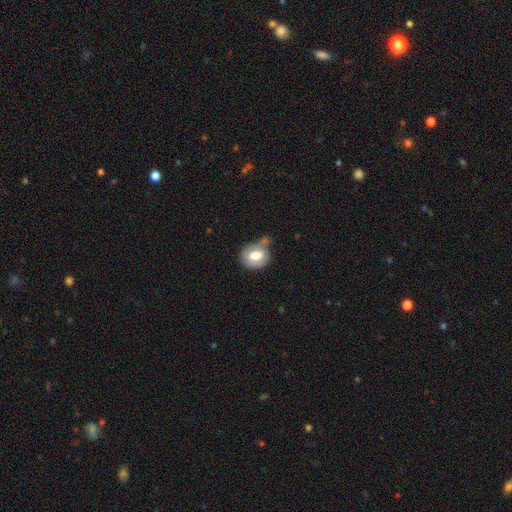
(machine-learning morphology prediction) Smooth or featured: smooth — 70% (featured or disk — 23%)
How rounded: round — 59% (in between — 40%)
Merging: none — 46% (minor disturbance — 29%)